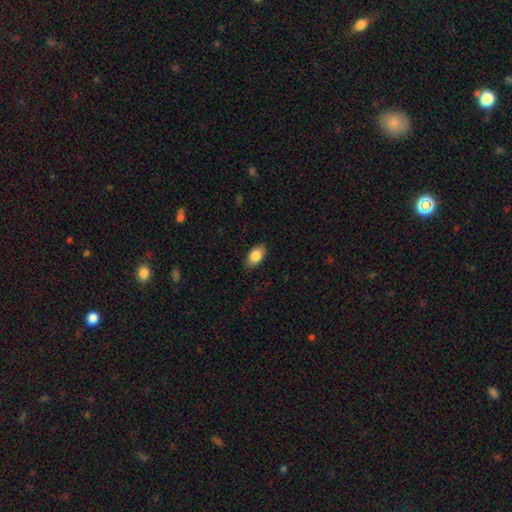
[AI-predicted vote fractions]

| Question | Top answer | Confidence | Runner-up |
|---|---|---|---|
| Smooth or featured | smooth | 87% | star or artifact (7%) |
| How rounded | in between | 92% | round (6%) |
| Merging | none | 86% | minor disturbance (11%) |